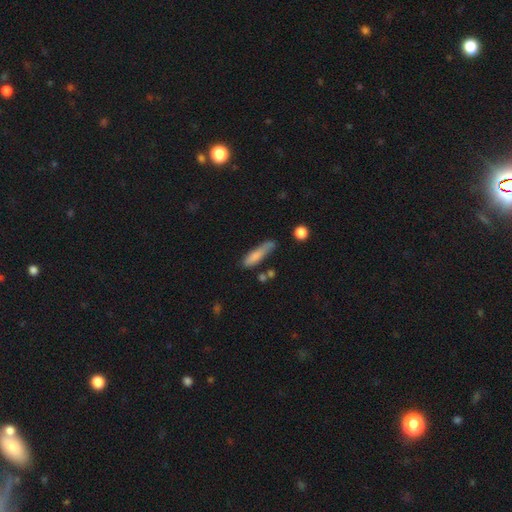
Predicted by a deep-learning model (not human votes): A smooth galaxy with no disk features (76%) that is cigar-shaped (72%). Merging: none (47%).